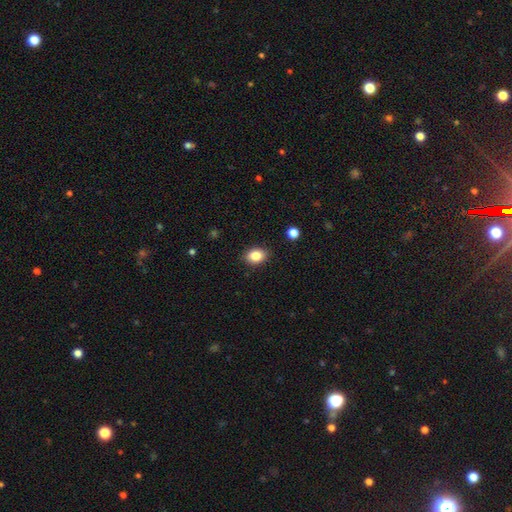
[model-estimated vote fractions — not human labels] A smooth galaxy with no disk features (85%) that is in between round and cigar-shaped (68%).

Vote fractions:
- Smooth or featured? smooth: 85% / star or artifact: 9% / featured or disk: 6%
- How rounded? in between: 68% / round: 31% / cigar-shaped: 1%
- Merging? none: 88% / minor disturbance: 9% / major disturbance: 2% / merger: 1%